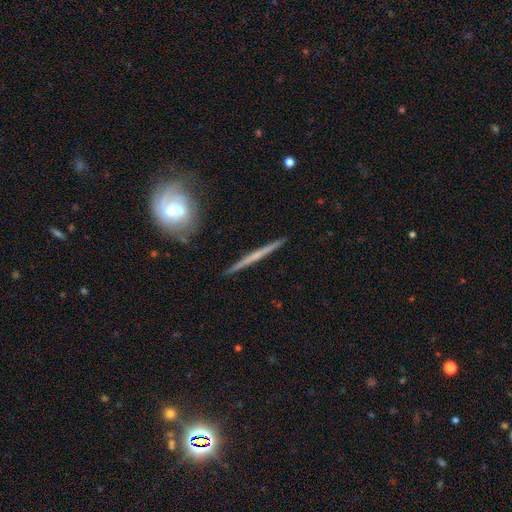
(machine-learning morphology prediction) Smooth or featured?
  - featured or disk: 66% *
  - smooth: 27%
  - star or artifact: 6%
Edge-on disk?
  - yes: 97% *
  - no: 3%
Edge-on bulge?
  - none: 72% *
  - rounded: 22%
  - boxy: 6%
Merging?
  - none: 90% *
  - minor disturbance: 7%
  - merger: 2%
  - major disturbance: 1%